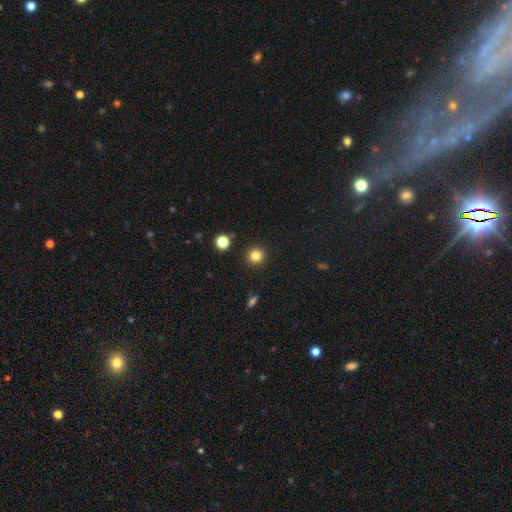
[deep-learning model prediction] A smooth galaxy with no disk features (82%) that is round (95%).

Vote fractions:
- Smooth or featured? smooth: 82% / star or artifact: 13% / featured or disk: 5%
- How rounded? round: 95% / in between: 4% / cigar-shaped: 1%
- Merging? none: 92% / minor disturbance: 5% / major disturbance: 2% / merger: 2%